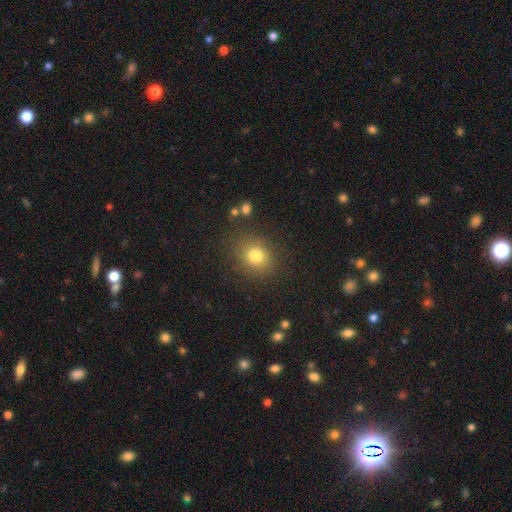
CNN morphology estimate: smooth 78%, star or artifact 13%, featured or disk 9%. Down the decision tree: how rounded — round (68%); merging — none (82%).